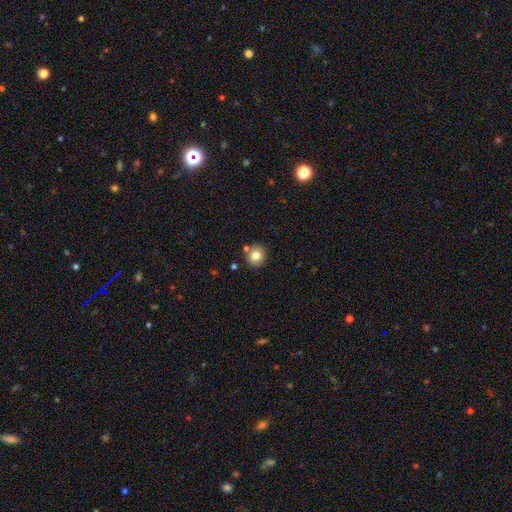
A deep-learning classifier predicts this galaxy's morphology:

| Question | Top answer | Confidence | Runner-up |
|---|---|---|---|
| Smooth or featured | smooth | 81% | star or artifact (10%) |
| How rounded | round | 85% | in between (14%) |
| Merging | none | 81% | minor disturbance (9%) |